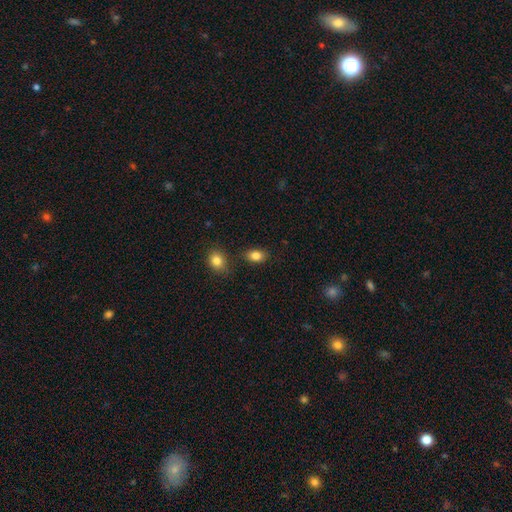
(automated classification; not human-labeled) Overall: smooth (84%). How rounded: in between (79%). Merging: none (80%).